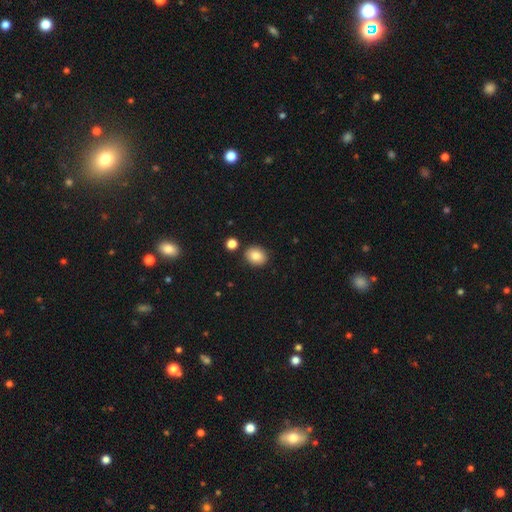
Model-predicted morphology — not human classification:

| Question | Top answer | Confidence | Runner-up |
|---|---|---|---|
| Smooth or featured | smooth | 84% | star or artifact (9%) |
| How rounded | round | 59% | in between (40%) |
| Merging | none | 86% | minor disturbance (8%) |